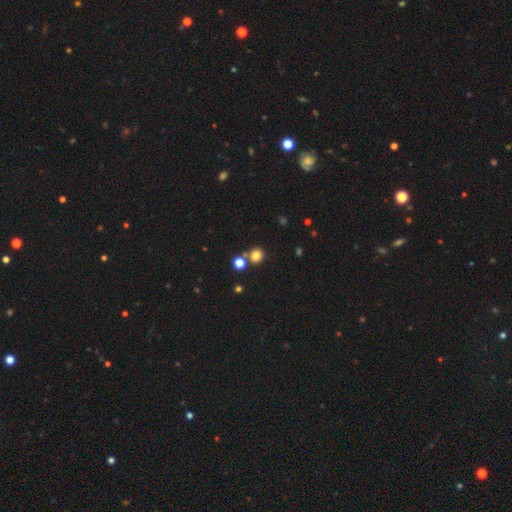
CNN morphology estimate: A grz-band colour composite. It shows a smooth galaxy with no disk features (78%) that is round (87%). Merging: none (69%).